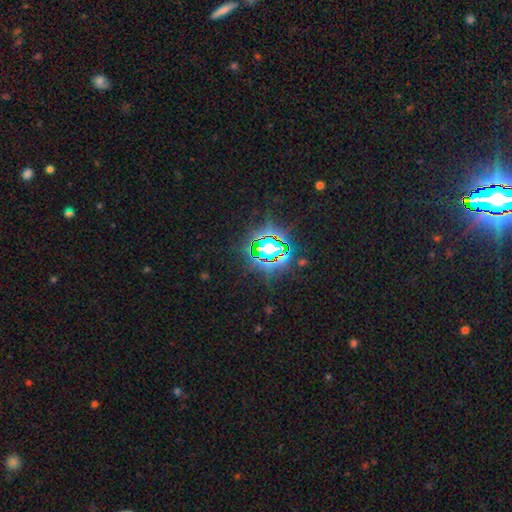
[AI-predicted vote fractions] Smooth or featured?
  - star or artifact: 82% *
  - smooth: 11%
  - featured or disk: 7%